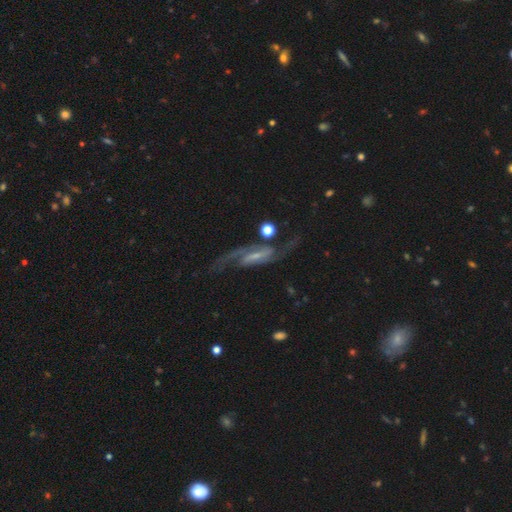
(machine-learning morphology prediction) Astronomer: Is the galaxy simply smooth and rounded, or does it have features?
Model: featured or disk — 88%.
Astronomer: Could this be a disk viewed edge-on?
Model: no — 93%.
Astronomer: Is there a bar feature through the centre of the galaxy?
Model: strong — 45% (runner-up: weak, 40%).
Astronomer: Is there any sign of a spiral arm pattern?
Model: yes — 97%.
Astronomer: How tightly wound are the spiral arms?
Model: loose — 47% (runner-up: medium, 42%).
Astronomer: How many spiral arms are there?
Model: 2 — 93%.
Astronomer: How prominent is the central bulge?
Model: small — 53%.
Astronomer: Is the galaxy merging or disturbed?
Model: none — 69%.